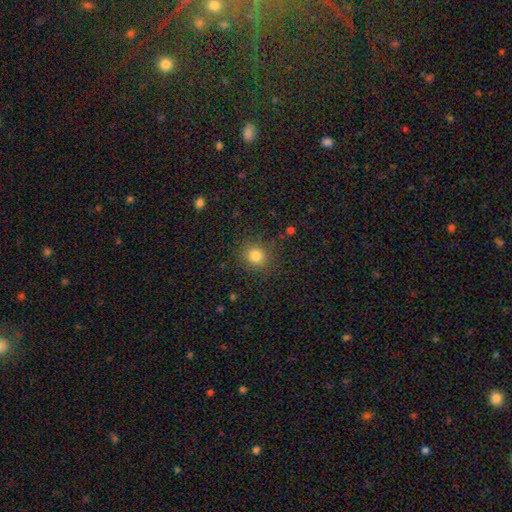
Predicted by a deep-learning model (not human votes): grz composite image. It shows a smooth galaxy with no disk features (81%) that is round (83%). Merging: none (86%).